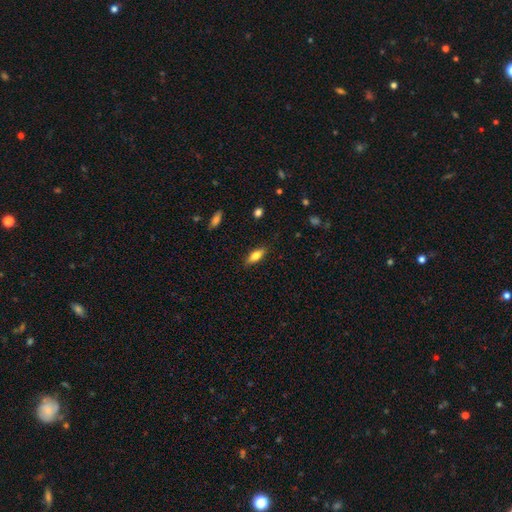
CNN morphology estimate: Smooth or featured?
  - smooth: 76% *
  - featured or disk: 17%
  - star or artifact: 7%
How rounded?
  - in between: 76% *
  - cigar-shaped: 21%
  - round: 3%
Merging?
  - none: 85% *
  - minor disturbance: 12%
  - major disturbance: 2%
  - merger: 1%